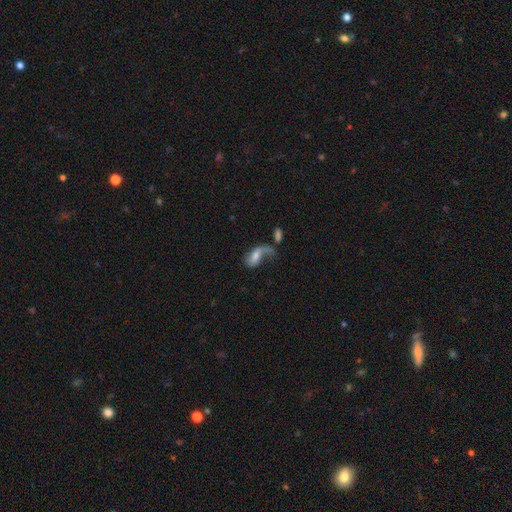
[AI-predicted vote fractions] Smooth or featured?
  - featured or disk: 47% *
  - smooth: 44%
  - star or artifact: 9%
Merging?
  - major disturbance: 40% *
  - none: 23%
  - merger: 21%
  - minor disturbance: 16%